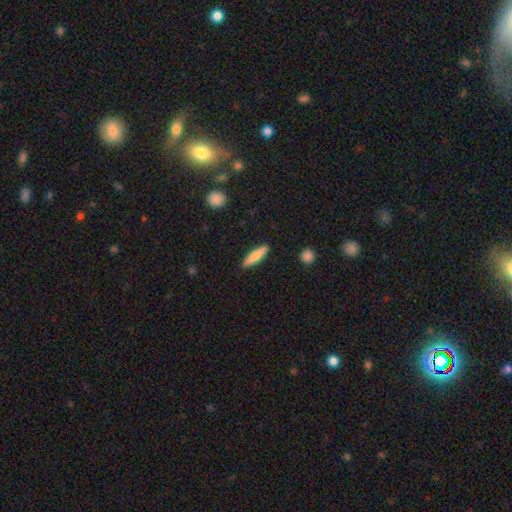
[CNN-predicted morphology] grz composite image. It shows a smooth galaxy with no disk features (78%) that is cigar-shaped (79%). Merging: none (89%).